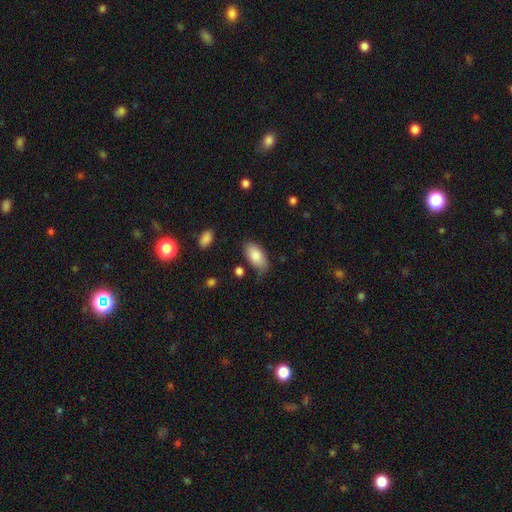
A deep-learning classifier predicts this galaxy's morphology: type=smooth (85%); roundness=in between (94%); merging=none (70%).